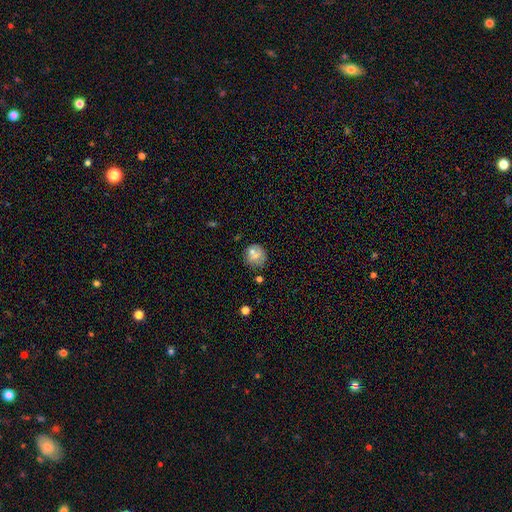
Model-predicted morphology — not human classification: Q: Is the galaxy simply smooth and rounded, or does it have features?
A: smooth — 67%.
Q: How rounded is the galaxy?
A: round — 89%.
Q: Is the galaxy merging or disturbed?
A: none — 73%.